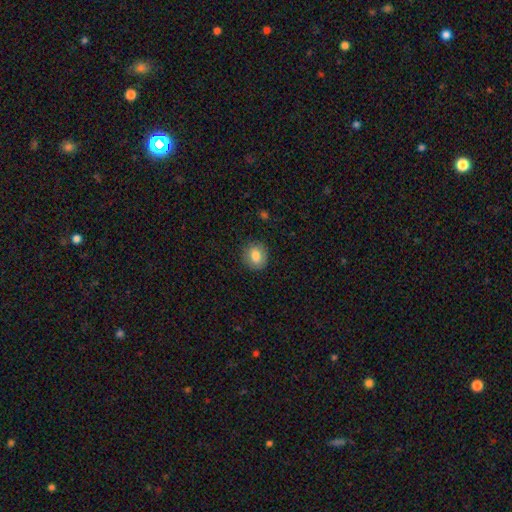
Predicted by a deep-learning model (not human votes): Smooth or featured? Predicted: smooth (p=0.82). How rounded? Predicted: round (p=0.70). Merging? Predicted: none (p=0.87).